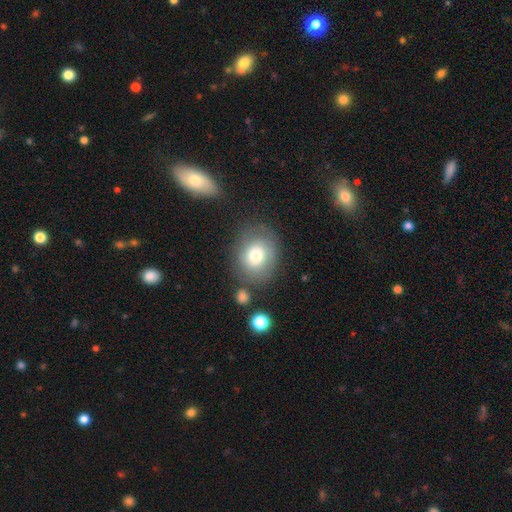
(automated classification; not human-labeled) Smooth or featured: smooth — 72% (featured or disk — 19%)
How rounded: round — 58% (in between — 41%)
Merging: none — 70% (minor disturbance — 16%)